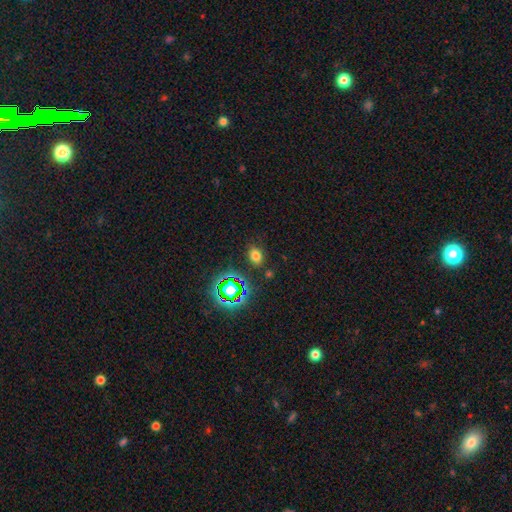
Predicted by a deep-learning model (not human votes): smooth-or-featured: smooth: 68% | star or artifact: 24% | featured or disk: 8%
  how-rounded: in between: 69% | round: 30% | cigar-shaped: 1%
  merging: none: 84% | minor disturbance: 10% | major disturbance: 3% | merger: 3%